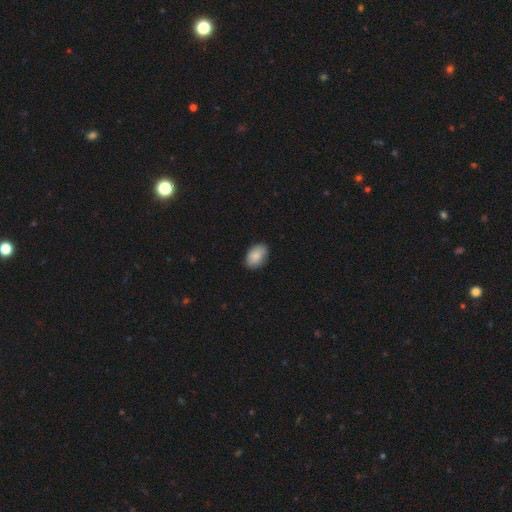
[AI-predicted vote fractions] A smooth galaxy with no disk features (87%) that is in between round and cigar-shaped (89%). Merging: none (84%).